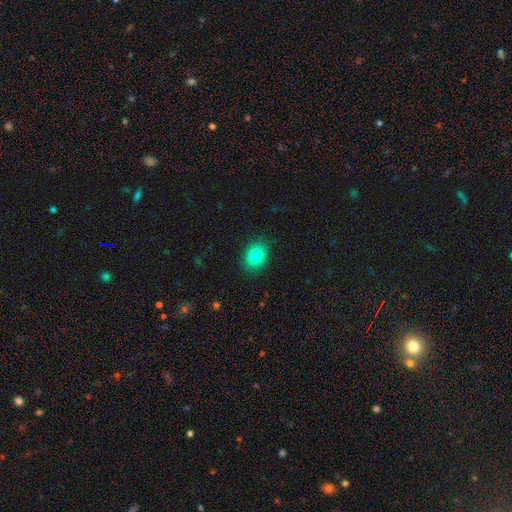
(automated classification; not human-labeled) This is clearly a smooth galaxy (83%). How rounded: possibly in between (55%). Merging: clearly none (87%).